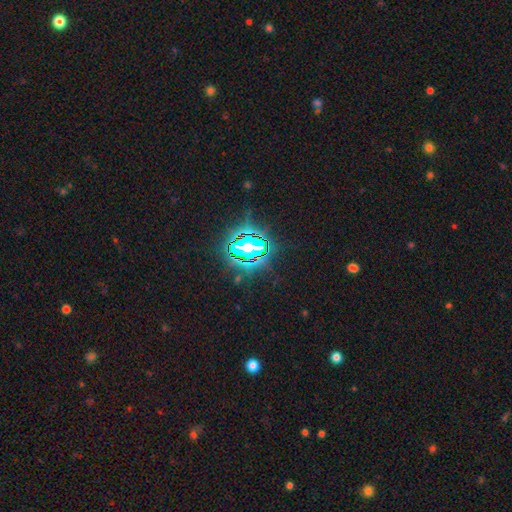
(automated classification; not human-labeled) Smooth or featured: star or artifact — 75% (smooth — 13%)